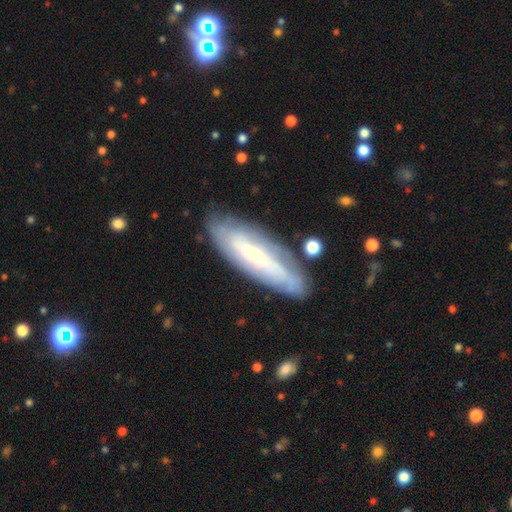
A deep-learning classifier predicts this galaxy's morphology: A featured or disk galaxy (63%).

Vote fractions:
- Smooth or featured? featured or disk: 63% / smooth: 31% / star or artifact: 6%
- Edge-on disk? no: 70% / yes: 30%
- Merging? none: 79% / minor disturbance: 15% / major disturbance: 4% / merger: 3%